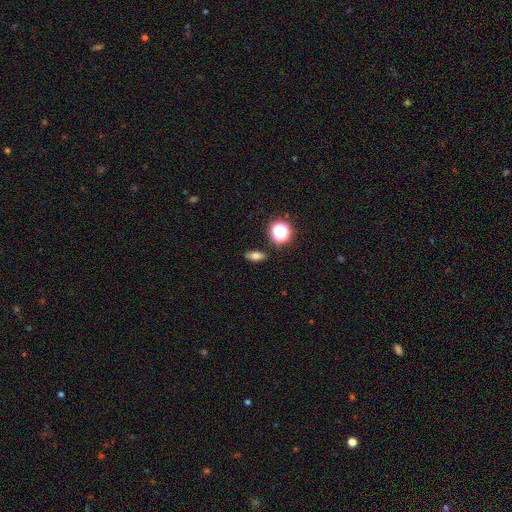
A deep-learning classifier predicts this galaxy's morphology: This appears to be a smooth galaxy with no disk features (70%) that is in between round and cigar-shaped (73%). Merging: none (86%).